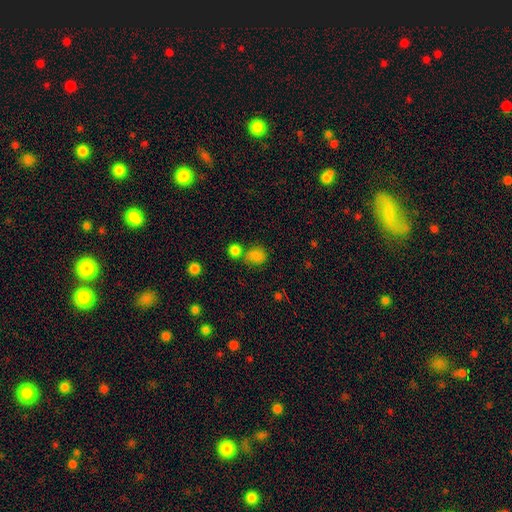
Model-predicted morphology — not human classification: Smooth or featured: smooth — 80% (star or artifact — 14%)
How rounded: round — 64% (in between — 35%)
Merging: none — 60% (merger — 21%)